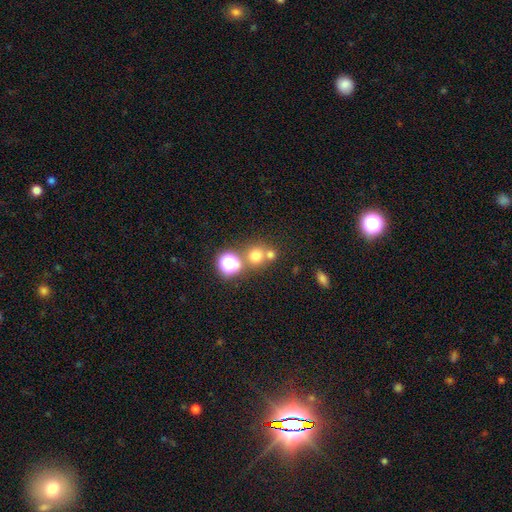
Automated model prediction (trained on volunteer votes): smooth-or-featured: smooth: 68% | star or artifact: 23% | featured or disk: 9%
  how-rounded: round: 89% | in between: 10% | cigar-shaped: 1%
  merging: none: 58% | merger: 31% | minor disturbance: 7% | major disturbance: 4%